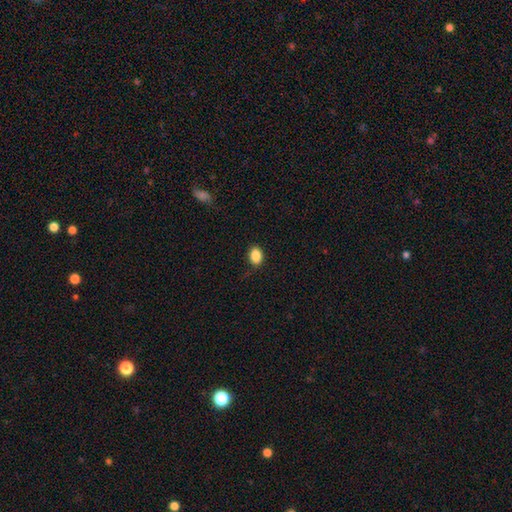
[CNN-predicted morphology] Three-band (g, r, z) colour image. It shows a smooth galaxy with no disk features (87%) that is in between round and cigar-shaped (74%). Merging: none (83%).